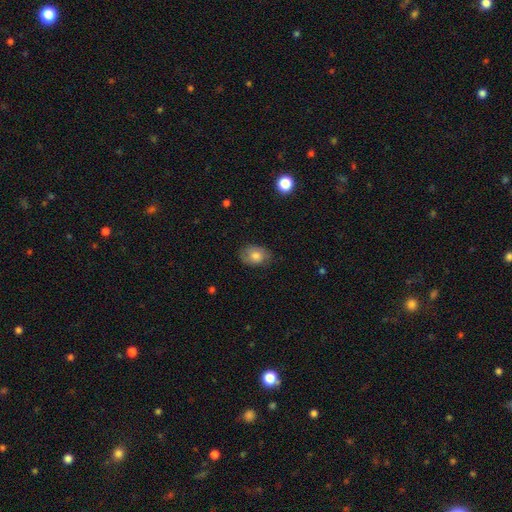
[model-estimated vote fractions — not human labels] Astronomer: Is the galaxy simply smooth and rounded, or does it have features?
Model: smooth — 77%.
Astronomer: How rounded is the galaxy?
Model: in between — 72%.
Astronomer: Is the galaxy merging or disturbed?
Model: none — 74%.